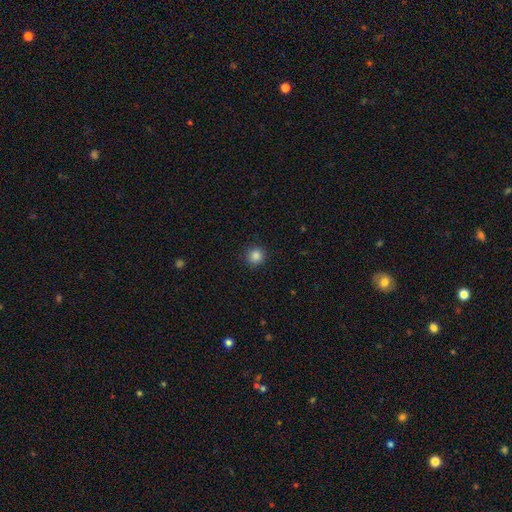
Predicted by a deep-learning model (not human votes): Smooth or featured?
  - smooth: 85% *
  - star or artifact: 11%
  - featured or disk: 4%
How rounded?
  - round: 94% *
  - in between: 5%
  - cigar-shaped: 1%
Merging?
  - none: 91% *
  - minor disturbance: 6%
  - major disturbance: 2%
  - merger: 1%